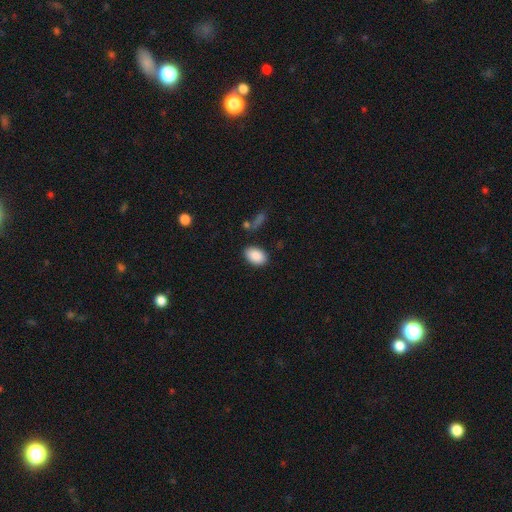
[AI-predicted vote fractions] Morphology: type=smooth (89%); roundness=in between (87%); merging=none (83%).